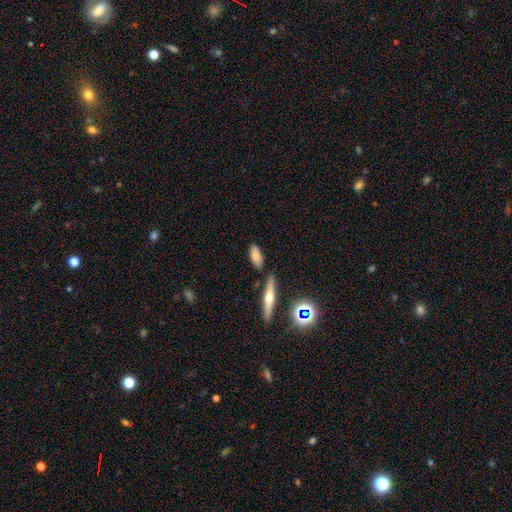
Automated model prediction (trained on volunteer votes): A smooth galaxy with no disk features (77%) that is in between round and cigar-shaped (80%). Merging: none (78%).